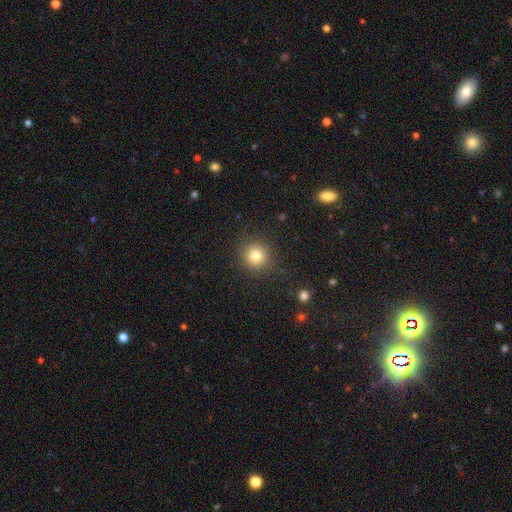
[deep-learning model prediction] smooth 81%, star or artifact 12%, featured or disk 7%. Down the decision tree: how rounded — round (92%); merging — none (88%).